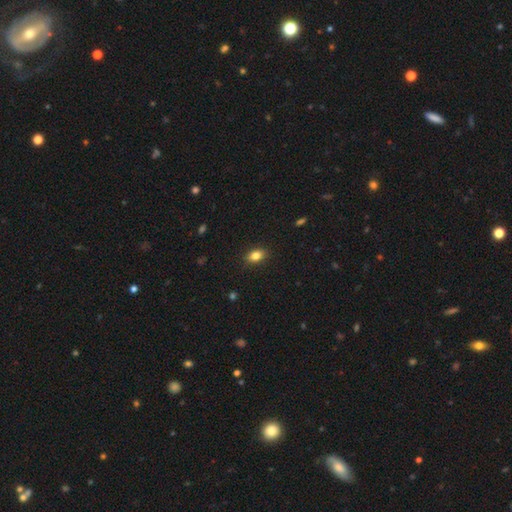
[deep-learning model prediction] Smooth or featured?
  - smooth: 83% *
  - star or artifact: 10%
  - featured or disk: 7%
How rounded?
  - in between: 81% *
  - round: 16%
  - cigar-shaped: 2%
Merging?
  - none: 88% *
  - minor disturbance: 9%
  - major disturbance: 2%
  - merger: 1%